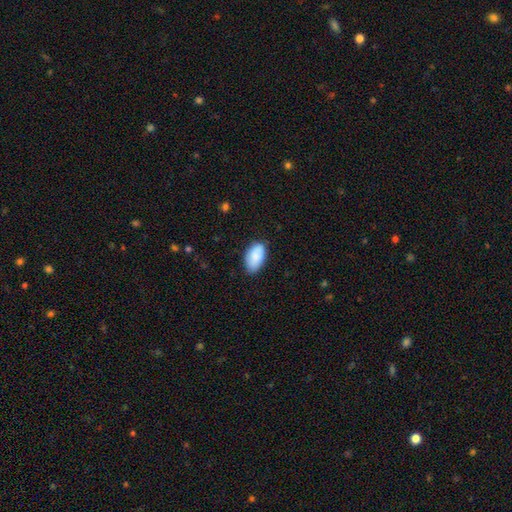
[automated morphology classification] This is clearly a smooth galaxy (89%). How rounded: clearly in between (95%). Merging: clearly none (80%).